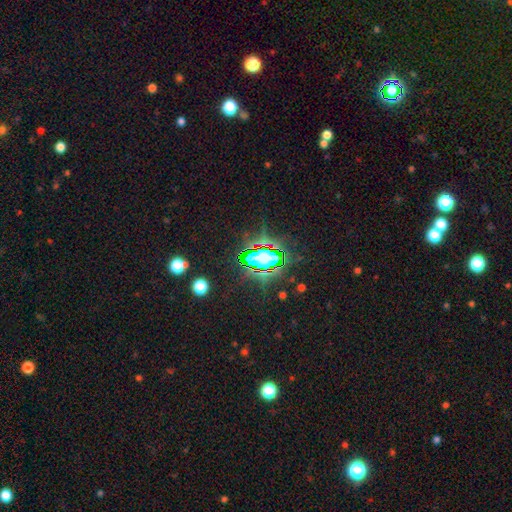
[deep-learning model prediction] Overall: star or artifact (83%).